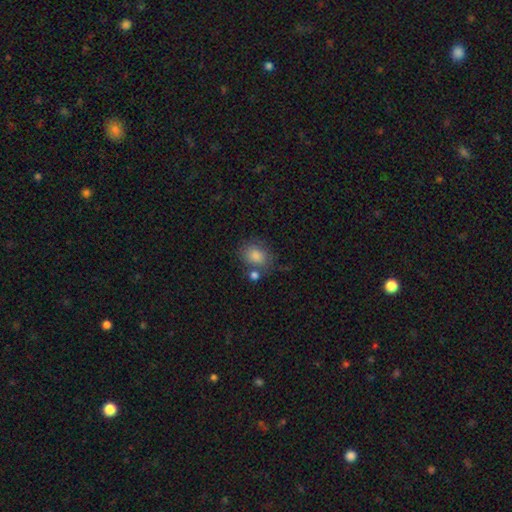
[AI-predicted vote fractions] Smooth or featured?
  - smooth: 83% *
  - star or artifact: 10%
  - featured or disk: 7%
How rounded?
  - in between: 51% *
  - round: 47%
  - cigar-shaped: 1%
Merging?
  - none: 65% *
  - minor disturbance: 17%
  - merger: 13%
  - major disturbance: 6%